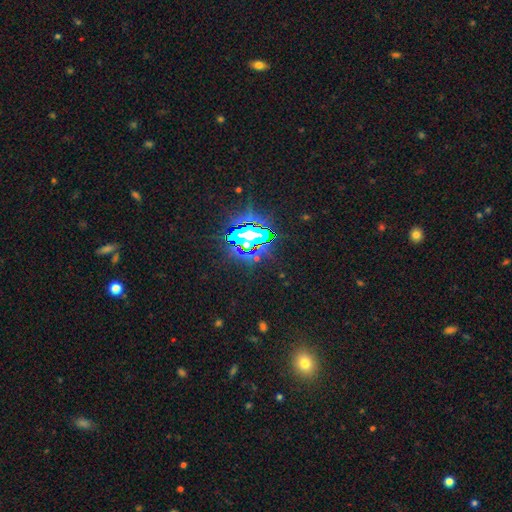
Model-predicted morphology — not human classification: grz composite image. It shows a star or artifact, not a galaxy (78%).